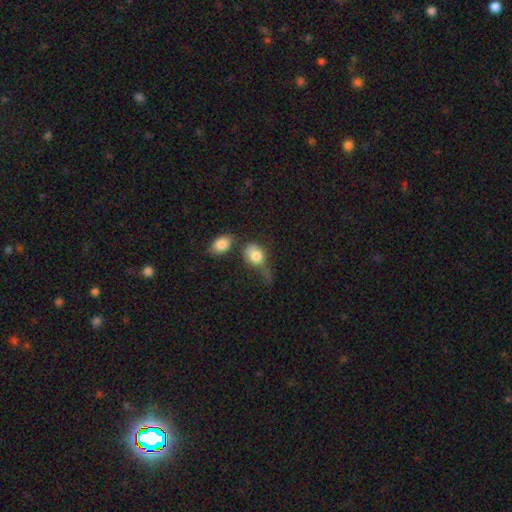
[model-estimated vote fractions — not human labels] A smooth galaxy with no disk features (78%) that is in between round and cigar-shaped (58%).

Vote fractions:
- Smooth or featured? smooth: 78% / featured or disk: 13% / star or artifact: 8%
- How rounded? in between: 58% / round: 39% / cigar-shaped: 3%
- Merging? major disturbance: 27% (tied) / none: 27% (tied) / minor disturbance: 25% / merger: 21%